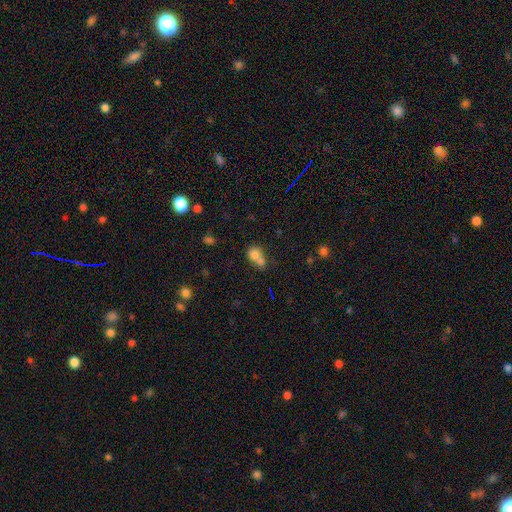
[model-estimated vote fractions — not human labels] A smooth galaxy with no disk features (74%) that is in between round and cigar-shaped (50%). Merging: merger (63%).